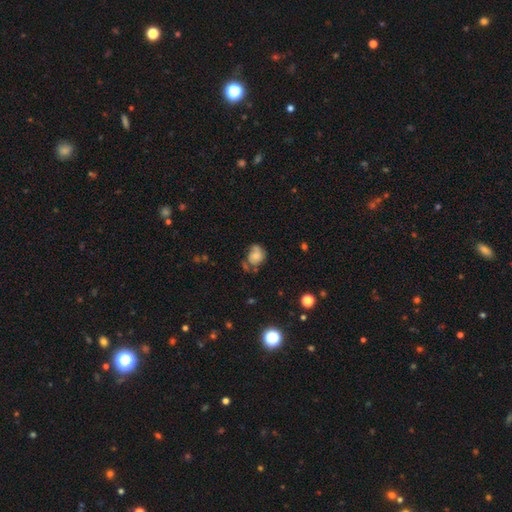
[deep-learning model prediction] Q: Smooth or featured?
A: featured or disk (46%); runner-up: smooth (43%)
Q: Merging?
A: none (41%); runner-up: minor disturbance (30%)